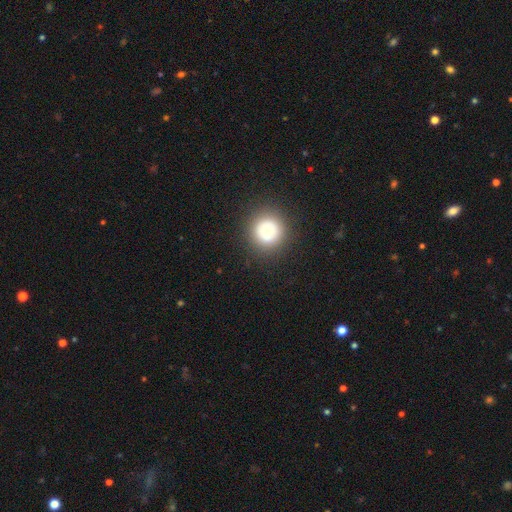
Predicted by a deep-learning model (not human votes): Smooth or featured: smooth — 75% (star or artifact — 18%)
How rounded: round — 94% (in between — 5%)
Merging: none — 93% (minor disturbance — 4%)